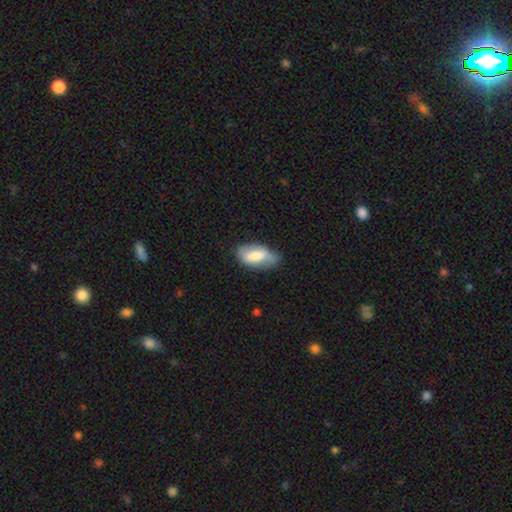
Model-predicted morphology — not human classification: Smooth or featured? Predicted: smooth (p=0.69). How rounded? Predicted: in between (p=0.91). Merging? Predicted: none (p=0.61).